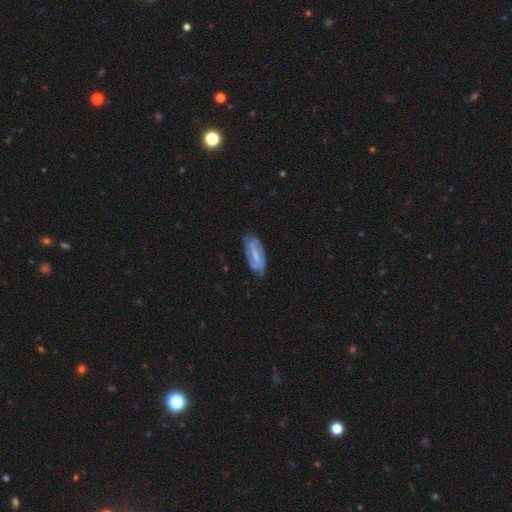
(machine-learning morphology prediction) type=featured or disk (63%); edge-on=no (86%); bar=strong (47%); spiral arms=yes (67%); bulge=small (47%); merging=none (67%).